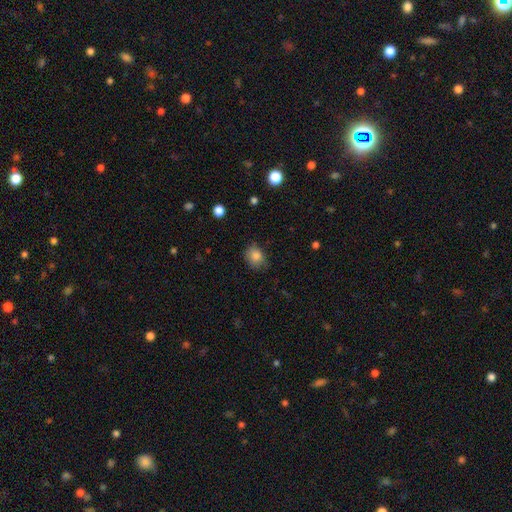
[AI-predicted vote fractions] Smooth or featured? Predicted: smooth (p=0.84). How rounded? Predicted: round (p=0.52). Merging? Predicted: none (p=0.75).